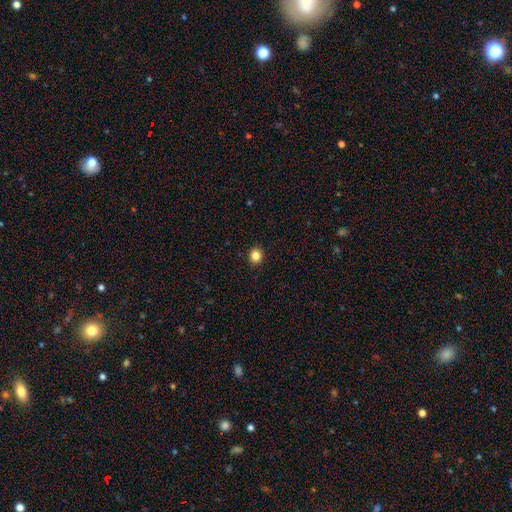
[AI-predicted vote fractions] Q: Smooth or featured?
A: smooth (84%); runner-up: star or artifact (12%)
Q: How rounded?
A: round (76%); runner-up: in between (23%)
Q: Merging?
A: none (92%); runner-up: minor disturbance (5%)